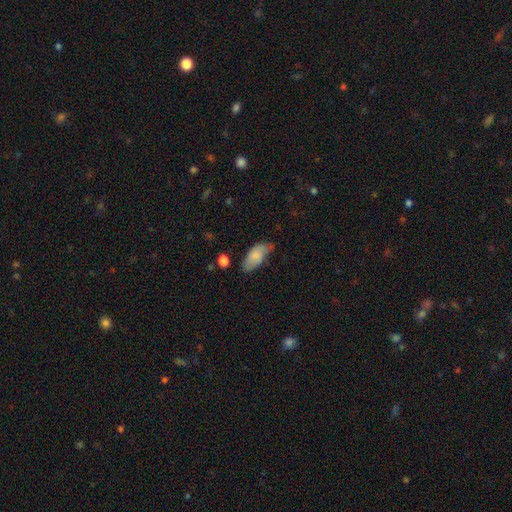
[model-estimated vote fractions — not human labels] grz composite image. It shows a smooth galaxy with no disk features (81%) that is in between round and cigar-shaped (91%). Merging: none (49%).